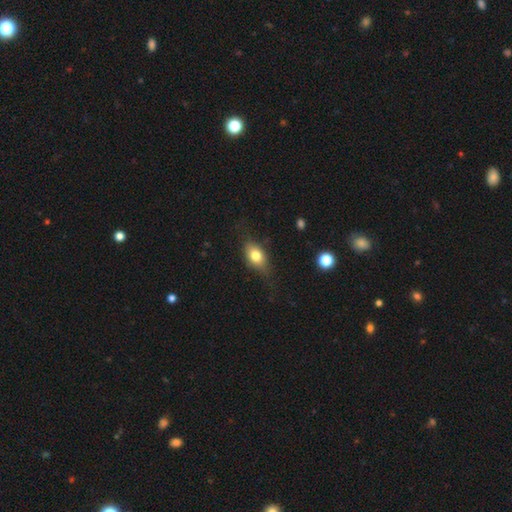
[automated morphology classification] Q: Smooth or featured?
A: smooth (73%); runner-up: featured or disk (19%)
Q: How rounded?
A: in between (80%); runner-up: round (14%)
Q: Merging?
A: none (69%); runner-up: minor disturbance (22%)